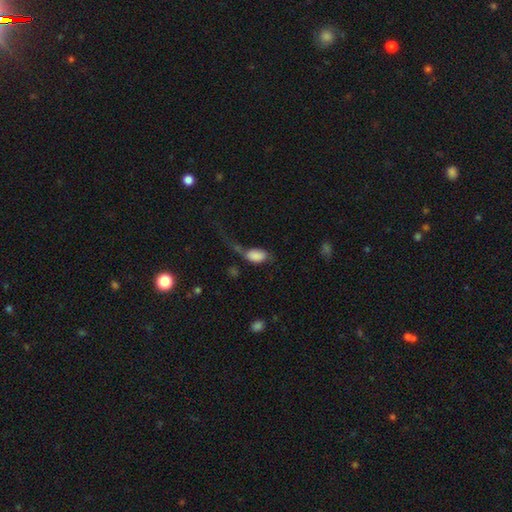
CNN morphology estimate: Overall: smooth (80%). How rounded: in between (92%). Merging: major disturbance (47%; none 21%).